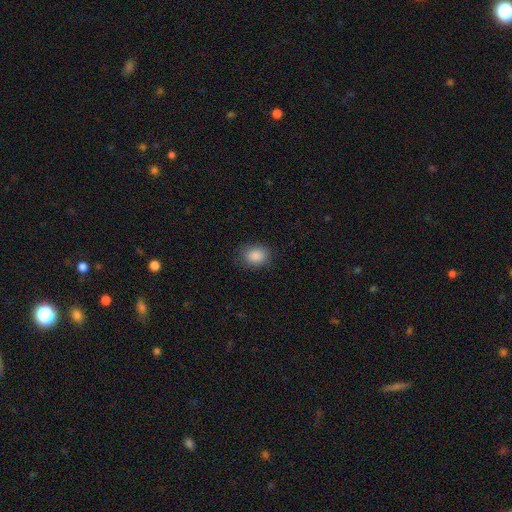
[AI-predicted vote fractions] A smooth galaxy with no disk features (87%) that is in between round and cigar-shaped (59%). Merging: none (83%).